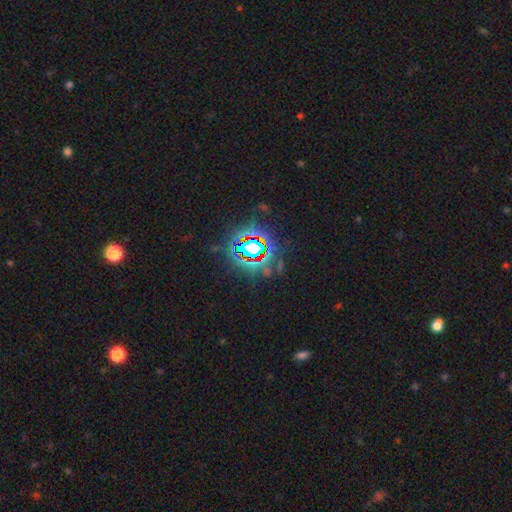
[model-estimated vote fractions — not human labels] Overall: star or artifact (82%).